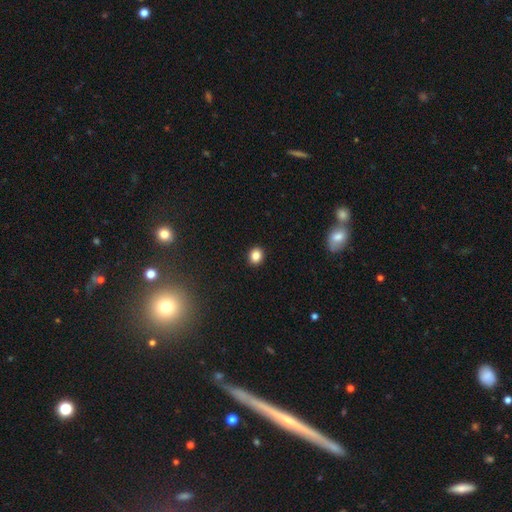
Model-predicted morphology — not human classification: Overall: smooth (85%). How rounded: round (71%). Merging: none (92%).